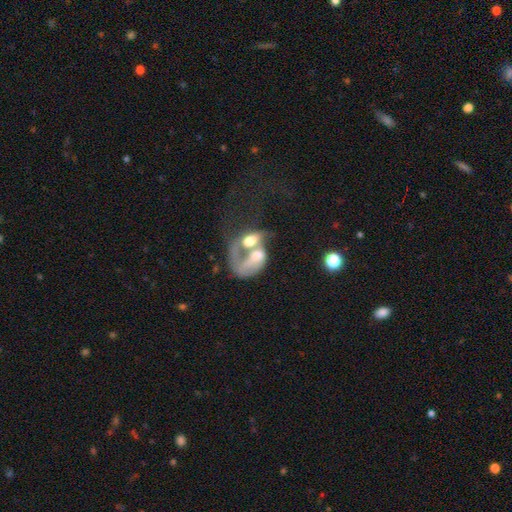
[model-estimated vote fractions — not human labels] featured or disk 59%, smooth 31%, star or artifact 10%. Down the decision tree: edge-on disk — no (96%); bar — no (66%); spiral arms — no (50%, tied with yes); bulge size — moderate (46%); merging — merger (66%).